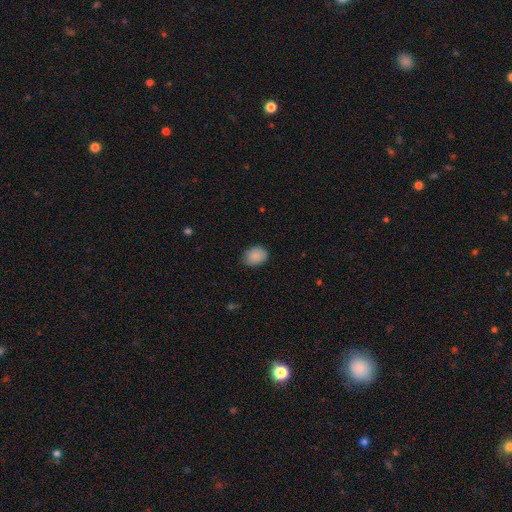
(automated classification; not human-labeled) Q: Smooth or featured?
A: smooth (88%); runner-up: star or artifact (8%)
Q: How rounded?
A: in between (61%); runner-up: round (38%)
Q: Merging?
A: none (76%); runner-up: minor disturbance (20%)